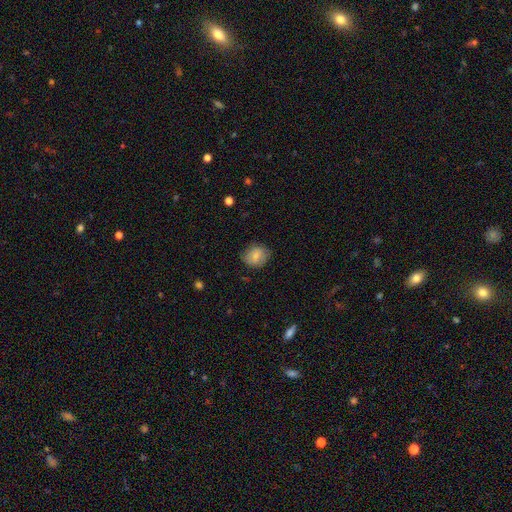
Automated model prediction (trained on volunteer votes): Smooth or featured: smooth — 76% (featured or disk — 16%)
How rounded: round — 63% (in between — 36%)
Merging: none — 75% (minor disturbance — 20%)